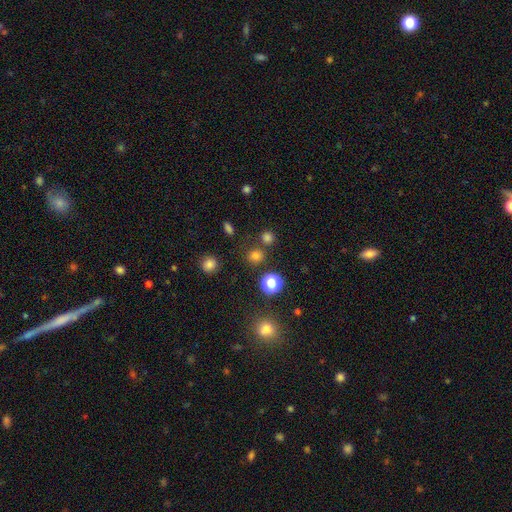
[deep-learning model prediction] smooth_or_featured: smooth (p=0.73) [alt: star or artifact p=0.22]
how_rounded: round (p=0.85) [alt: in between p=0.14]
merging: none (p=0.79) [alt: merger p=0.09]